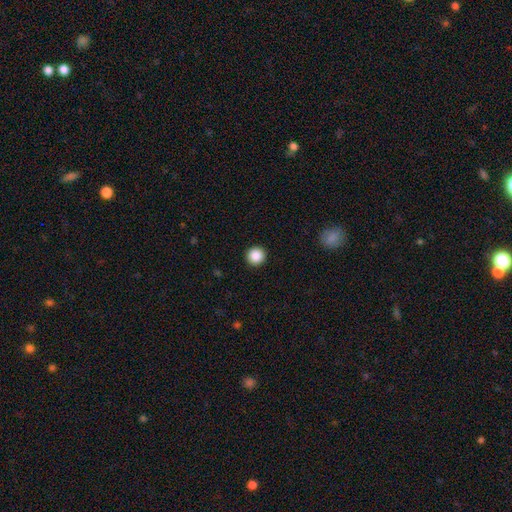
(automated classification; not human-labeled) Smooth or featured: smooth — 88% (star or artifact — 9%)
How rounded: round — 96% (in between — 3%)
Merging: none — 93% (minor disturbance — 4%)